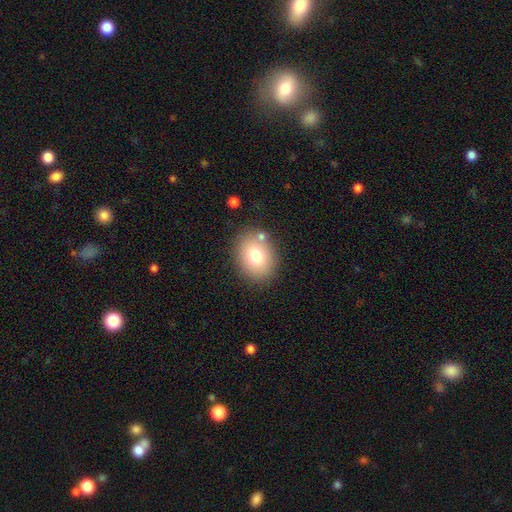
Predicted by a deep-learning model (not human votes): Q: Smooth or featured?
A: smooth (75%); runner-up: featured or disk (14%)
Q: How rounded?
A: in between (52%); runner-up: round (47%)
Q: Merging?
A: none (81%); runner-up: minor disturbance (11%)